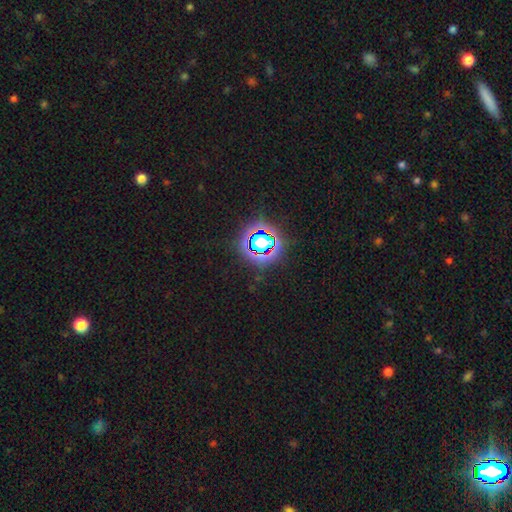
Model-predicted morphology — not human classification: smooth-or-featured: star or artifact: 76% | smooth: 15% | featured or disk: 9%